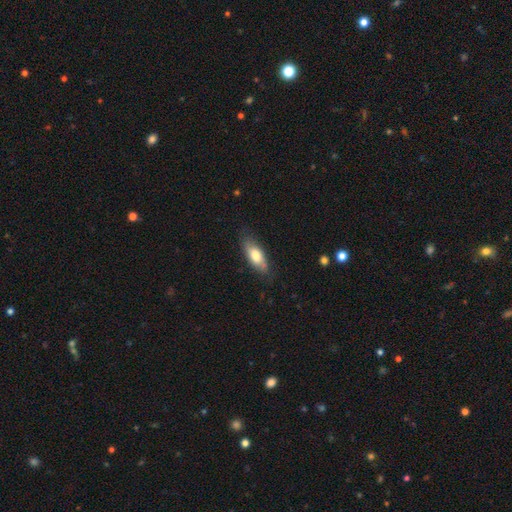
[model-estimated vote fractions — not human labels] A smooth galaxy with no disk features (69%) that is in between round and cigar-shaped (75%). Merging: none (75%).